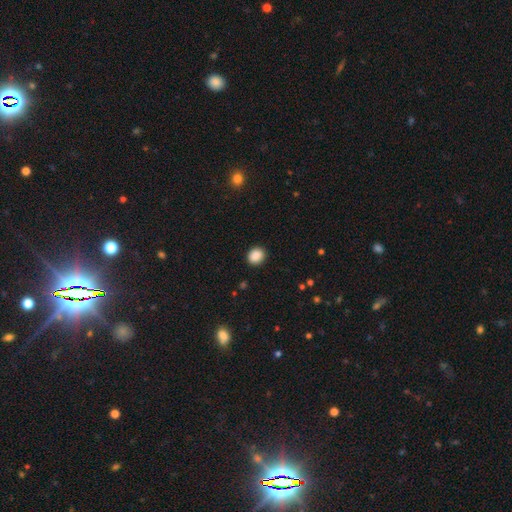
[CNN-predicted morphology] Smooth or featured? smooth (88%)
How rounded? round (72%)
Merging? none (89%)